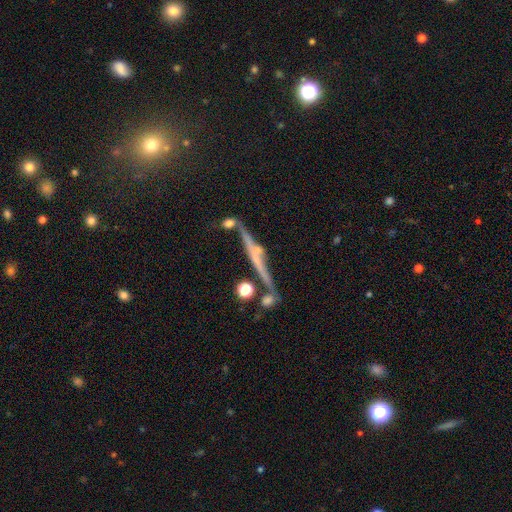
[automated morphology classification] The model was most divided on "edge-on bulge": rounded: 45%, none: 40%, boxy: 15%. More confident: edge-on disk — yes (91%); smooth or featured — featured or disk (69%); merging — none (62%).